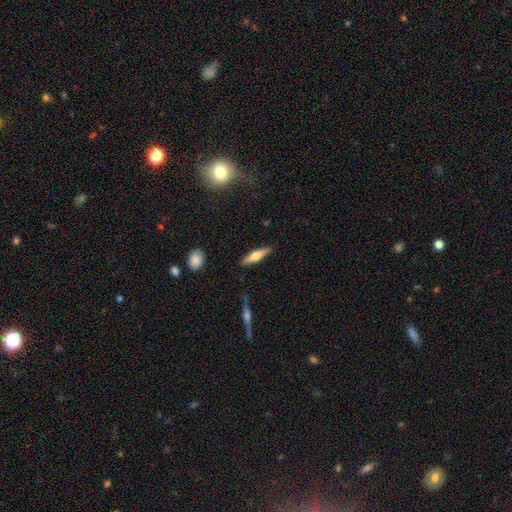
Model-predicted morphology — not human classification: Smooth or featured? Predicted: featured or disk (p=0.50). Edge-on disk? Predicted: yes (p=0.94). Merging? Predicted: none (p=0.88).